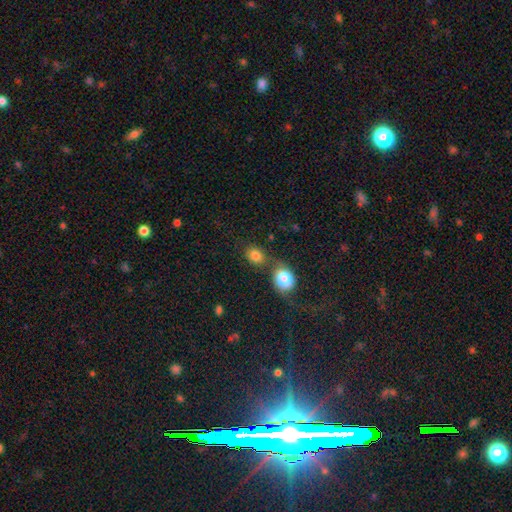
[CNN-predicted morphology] Q: Smooth or featured?
A: smooth (81%); runner-up: star or artifact (11%)
Q: How rounded?
A: round (55%); runner-up: in between (44%)
Q: Merging?
A: none (49%); runner-up: merger (35%)